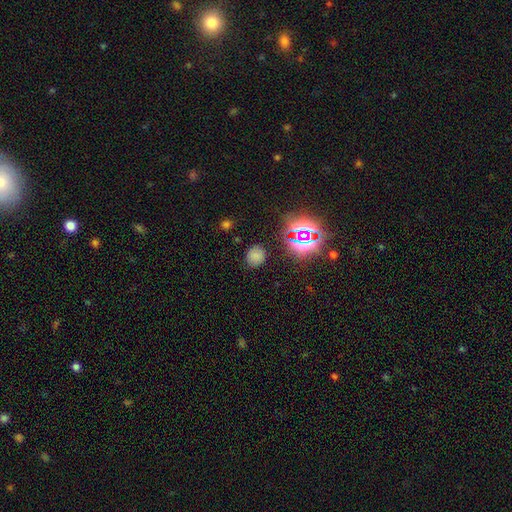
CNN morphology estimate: Smooth or featured? Predicted: smooth (p=0.69). How rounded? Predicted: round (p=0.78). Merging? Predicted: none (p=0.84).